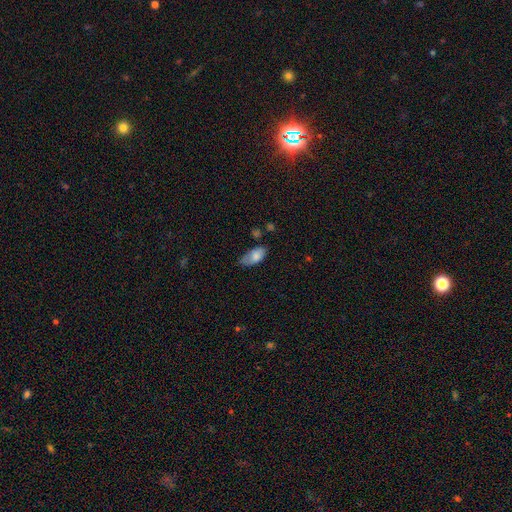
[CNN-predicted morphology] smooth-or-featured: smooth: 79% | featured or disk: 14% | star or artifact: 7%
  how-rounded: in between: 91% | cigar-shaped: 6% | round: 3%
  merging: none: 49% | minor disturbance: 37% | major disturbance: 10% | merger: 4%